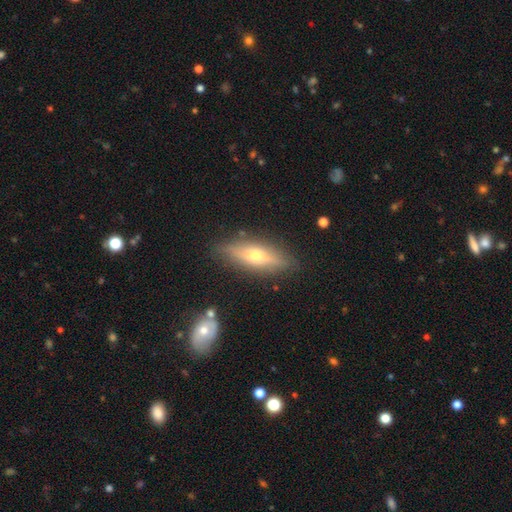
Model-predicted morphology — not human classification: This is possibly a featured or disk galaxy (49%). Merging: clearly none (84%).